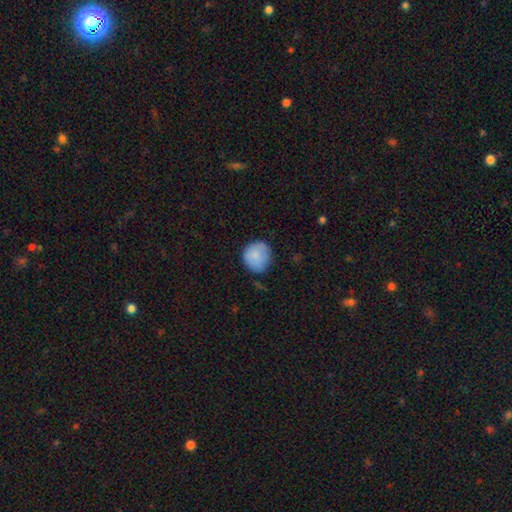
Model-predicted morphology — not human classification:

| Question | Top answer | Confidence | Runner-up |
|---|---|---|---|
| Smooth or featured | smooth | 85% | featured or disk (8%) |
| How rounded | round | 88% | in between (11%) |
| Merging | none | 76% | minor disturbance (19%) |